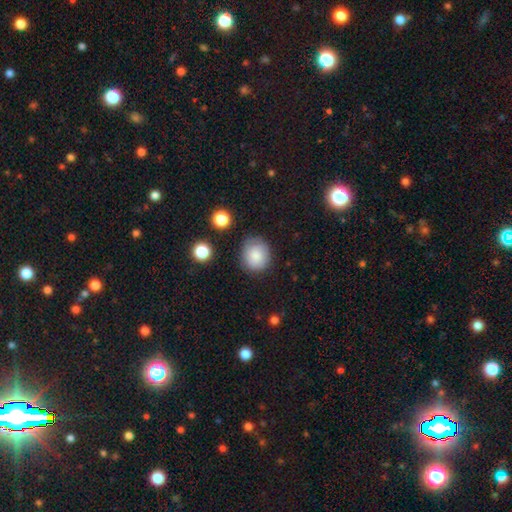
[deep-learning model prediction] Smooth or featured?
  - smooth: 81% *
  - featured or disk: 10%
  - star or artifact: 9%
How rounded?
  - round: 75% *
  - in between: 24%
  - cigar-shaped: 1%
Merging?
  - none: 75% *
  - minor disturbance: 18%
  - major disturbance: 5%
  - merger: 2%